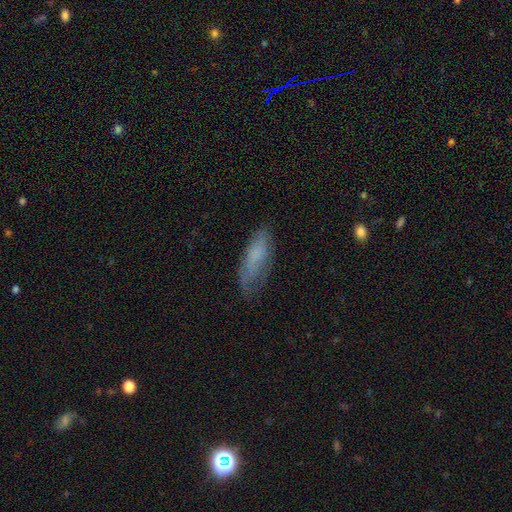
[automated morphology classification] Smooth or featured?
  - smooth: 65% *
  - featured or disk: 26%
  - star or artifact: 9%
How rounded?
  - in between: 61% *
  - cigar-shaped: 37%
  - round: 2%
Merging?
  - none: 56% *
  - minor disturbance: 30%
  - major disturbance: 12%
  - merger: 2%